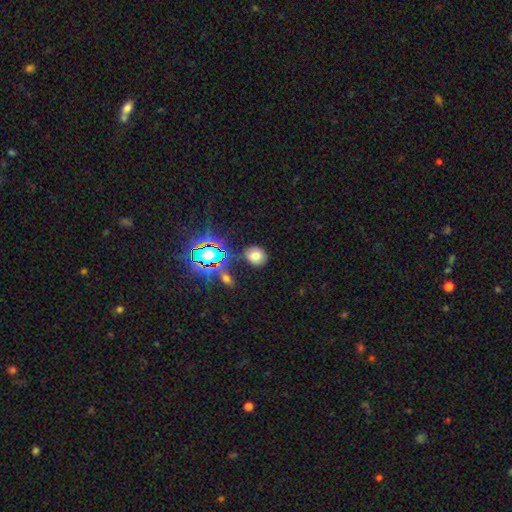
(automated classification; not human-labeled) smooth_or_featured: smooth (p=0.71) [alt: star or artifact p=0.21]
how_rounded: round (p=0.71) [alt: in between p=0.27]
merging: none (p=0.81) [alt: minor disturbance p=0.11]